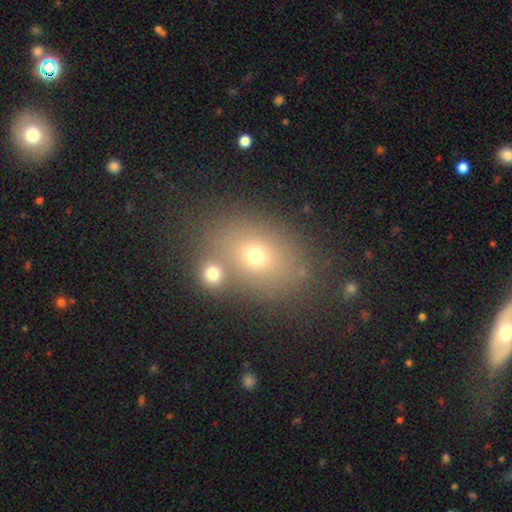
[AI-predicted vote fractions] Smooth or featured? Predicted: smooth (p=0.64). How rounded? Predicted: in between (p=0.62). Merging? Predicted: none (p=0.68).